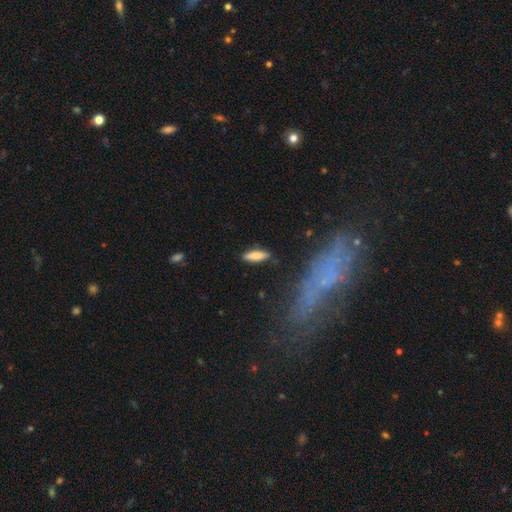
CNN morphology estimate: smooth-or-featured: smooth: 80% | featured or disk: 14% | star or artifact: 6%
  how-rounded: cigar-shaped: 57% | in between: 41% | round: 2%
  merging: none: 85% | minor disturbance: 11% | major disturbance: 2% | merger: 2%